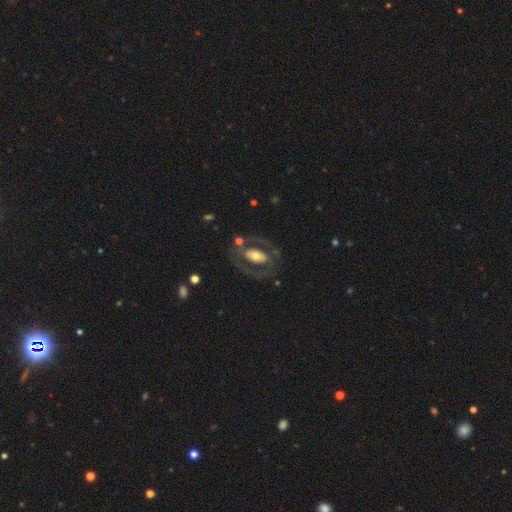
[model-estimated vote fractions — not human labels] Morphology: type=featured or disk (63%); edge-on=no (92%); bar=no (55%); spiral arms=no (68%); bulge=moderate (59%); merging=none (68%).